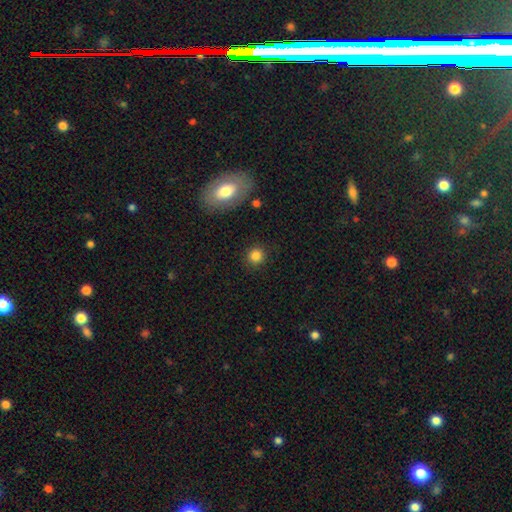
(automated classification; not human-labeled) This is clearly a smooth galaxy (84%). How rounded: clearly round (92%). Merging: clearly none (89%).